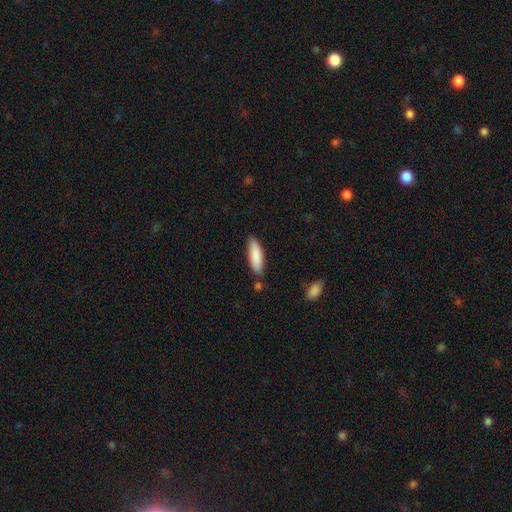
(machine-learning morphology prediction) smooth 86%, featured or disk 8%, star or artifact 6%. Down the decision tree: how rounded — cigar-shaped (49%, tied with in between); merging — none (80%).